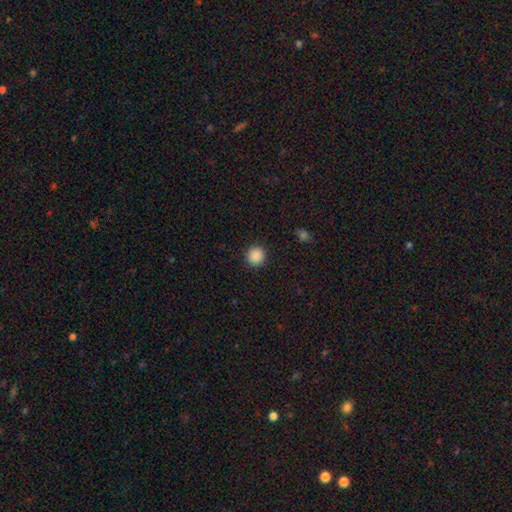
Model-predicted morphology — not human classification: Smooth or featured? smooth (88%)
How rounded? round (93%)
Merging? none (91%)